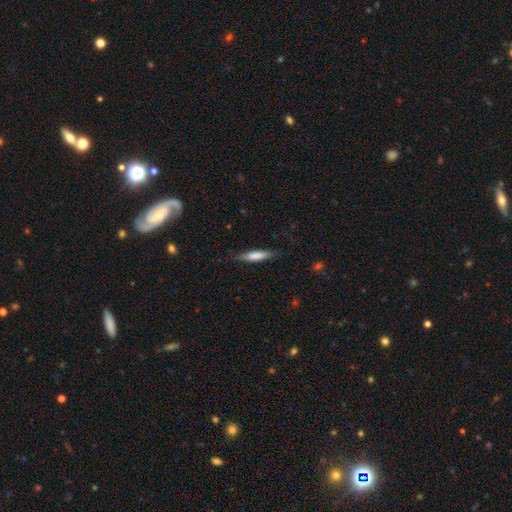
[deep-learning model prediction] This appears to be a smooth galaxy with no disk features (72%) that is cigar-shaped (82%). Merging: none (81%).